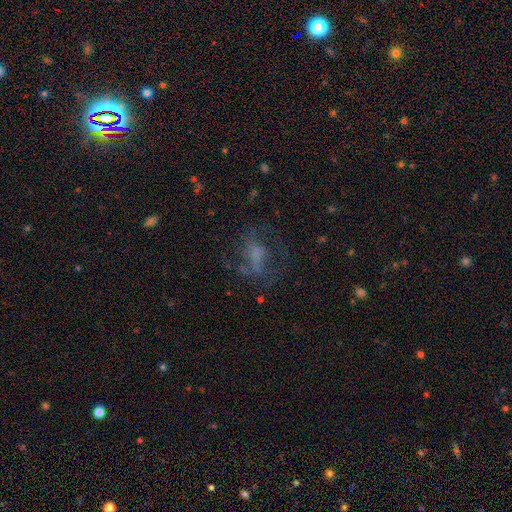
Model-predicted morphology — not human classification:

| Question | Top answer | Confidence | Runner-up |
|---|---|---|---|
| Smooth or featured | featured or disk | 46% | smooth (33%) |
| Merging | none | 49% | major disturbance (29%) |